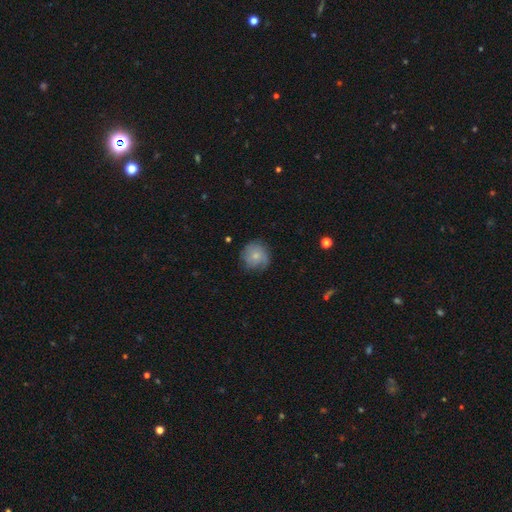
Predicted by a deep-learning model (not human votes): Morphology: type=smooth (65%); roundness=round (91%); merging=none (73%).